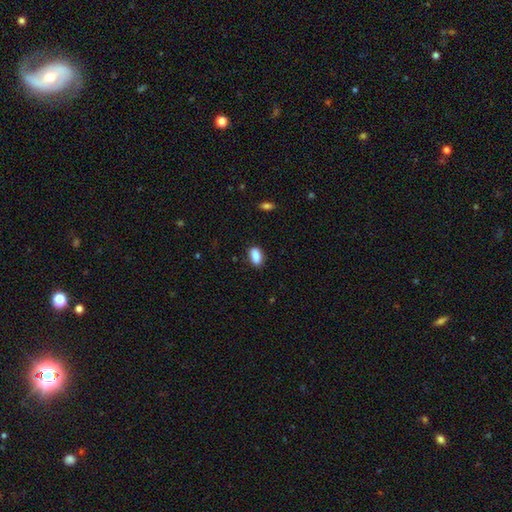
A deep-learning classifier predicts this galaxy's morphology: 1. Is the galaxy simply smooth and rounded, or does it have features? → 88% smooth, 7% star or artifact, 5% featured or disk.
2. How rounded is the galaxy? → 90% in between, 5% round, 5% cigar-shaped.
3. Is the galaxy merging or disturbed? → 85% none, 11% minor disturbance, 2% major disturbance, 1% merger.